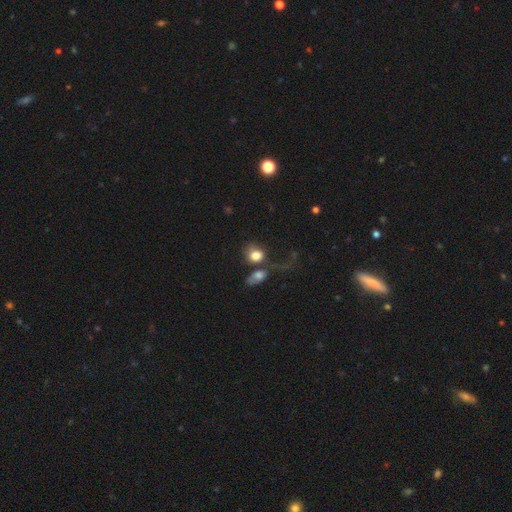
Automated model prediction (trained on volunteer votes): This is likely a smooth galaxy (75%). How rounded: possibly round (60%). Merging: marginally merger (36%).